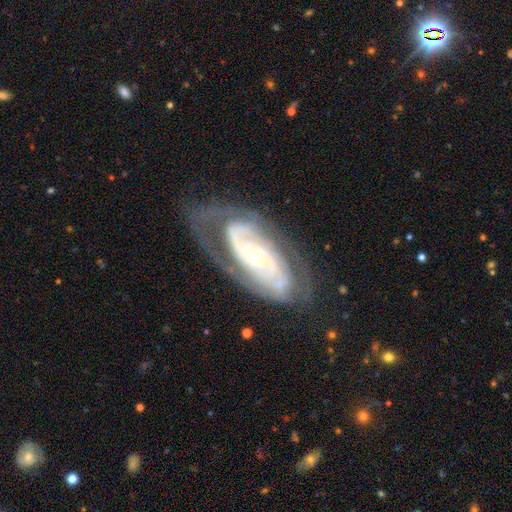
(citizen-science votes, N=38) A featured or disk galaxy (95%) with no bar (71%), 2 (38%, tied with can't tell) tight (88%) spiral arms (97%) and a moderate central bulge (54%). Merging: none (43%).